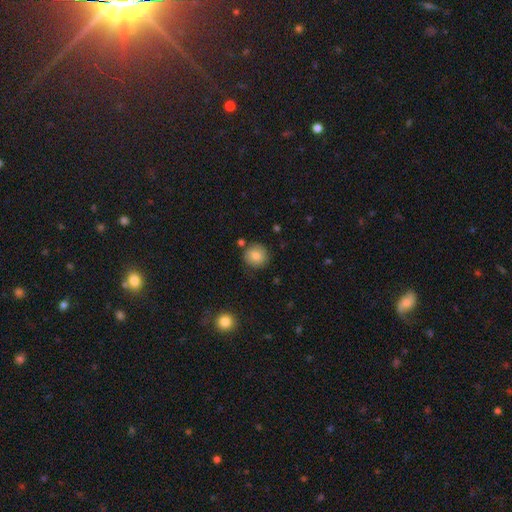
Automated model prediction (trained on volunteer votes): The model was most divided on "smooth or featured": smooth: 81%, featured or disk: 10%, star or artifact: 9%. More confident: how rounded — round (92%); merging — none (84%).